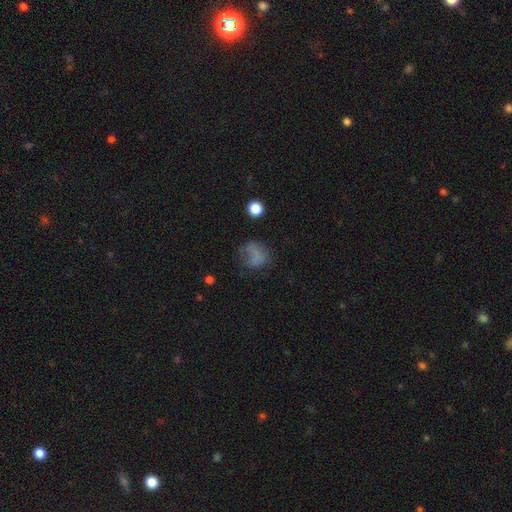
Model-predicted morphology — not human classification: Q: Smooth or featured?
A: smooth (65%); runner-up: featured or disk (18%)
Q: How rounded?
A: round (61%); runner-up: in between (38%)
Q: Merging?
A: none (45%); runner-up: major disturbance (27%)